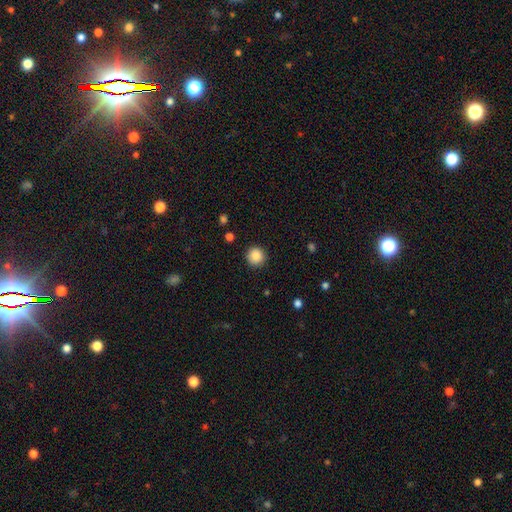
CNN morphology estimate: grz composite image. It shows a smooth galaxy with no disk features (87%) that is round (94%). Merging: none (91%).